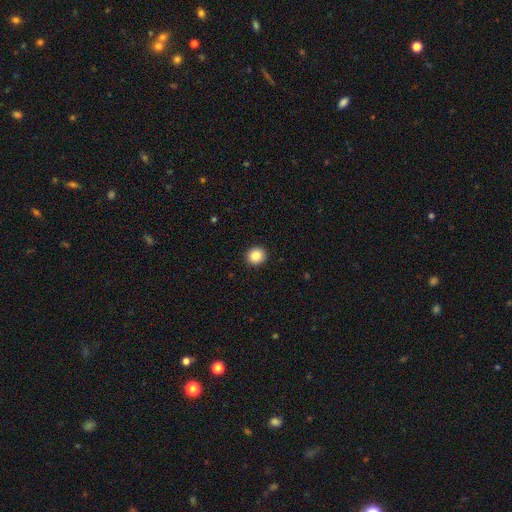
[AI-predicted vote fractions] A smooth galaxy with no disk features (85%) that is round (90%). Merging: none (93%).